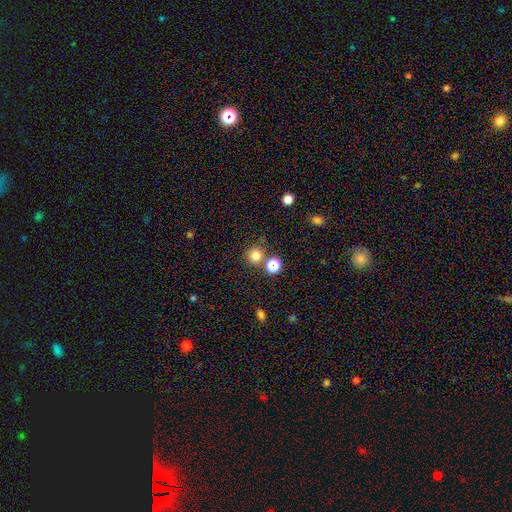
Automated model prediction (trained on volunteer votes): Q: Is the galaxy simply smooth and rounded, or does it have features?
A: smooth — 78%.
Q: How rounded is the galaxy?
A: round — 92%.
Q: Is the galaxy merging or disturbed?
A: none — 77%.